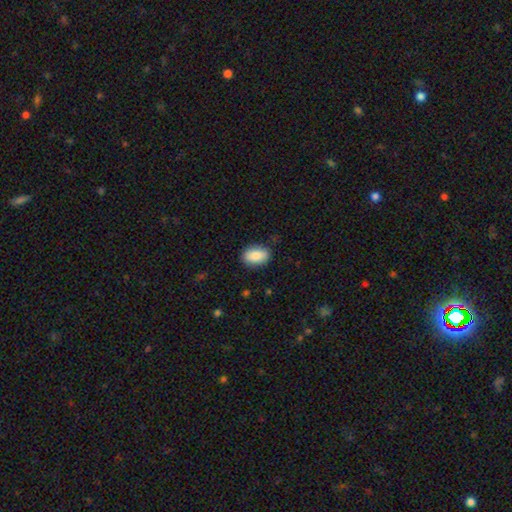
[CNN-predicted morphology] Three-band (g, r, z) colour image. It shows a smooth galaxy with no disk features (85%) that is in between round and cigar-shaped (86%). Merging: none (84%).